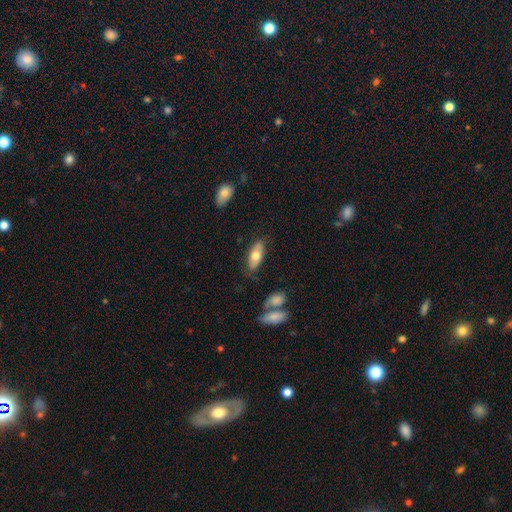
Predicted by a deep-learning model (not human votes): This appears to be a smooth galaxy with no disk features (67%) that is in between round and cigar-shaped (82%). Merging: none (81%).